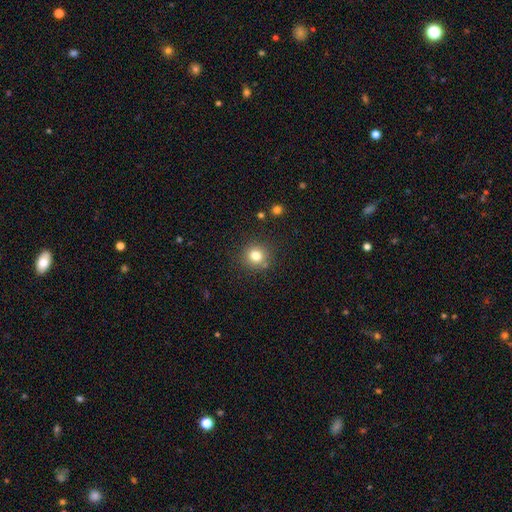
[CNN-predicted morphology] The model was most divided on "smooth or featured": smooth: 79%, star or artifact: 13%, featured or disk: 7%. More confident: how rounded — round (90%); merging — none (85%).